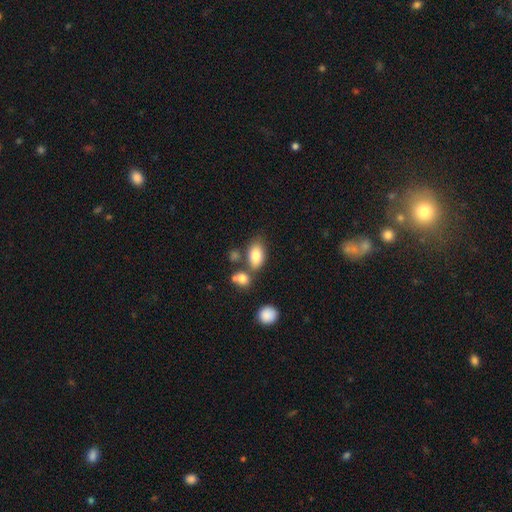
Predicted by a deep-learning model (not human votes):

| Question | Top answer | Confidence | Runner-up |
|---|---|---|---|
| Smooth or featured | smooth | 82% | featured or disk (11%) |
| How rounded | in between | 88% | round (9%) |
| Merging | none | 62% | merger (19%) |